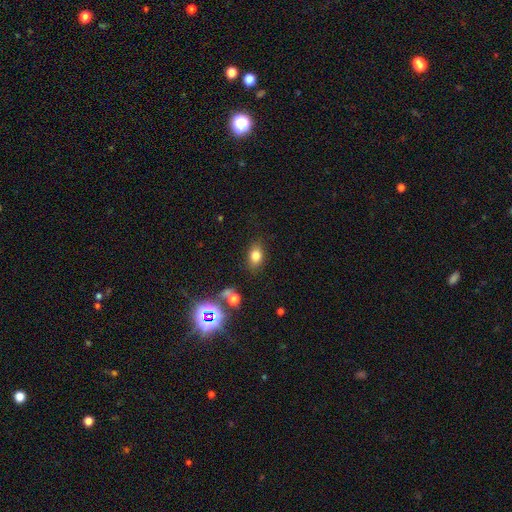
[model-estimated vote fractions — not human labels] This is likely a smooth galaxy (76%). How rounded: likely in between (79%). Merging: clearly none (81%).